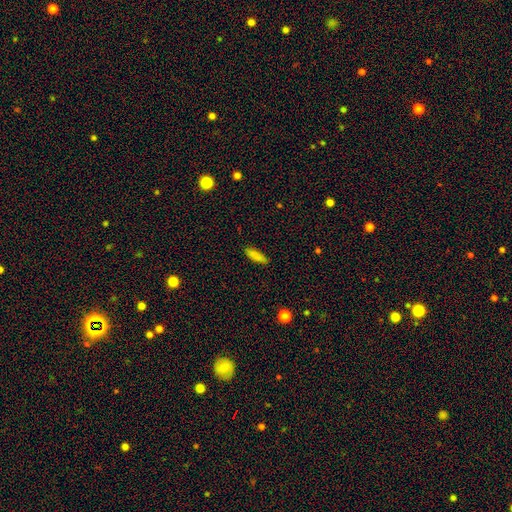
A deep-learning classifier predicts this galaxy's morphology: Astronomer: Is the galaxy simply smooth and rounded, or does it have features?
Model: smooth — 85%.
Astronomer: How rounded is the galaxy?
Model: cigar-shaped — 50% (runner-up: in between, 48%).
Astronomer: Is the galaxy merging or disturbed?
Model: none — 86%.